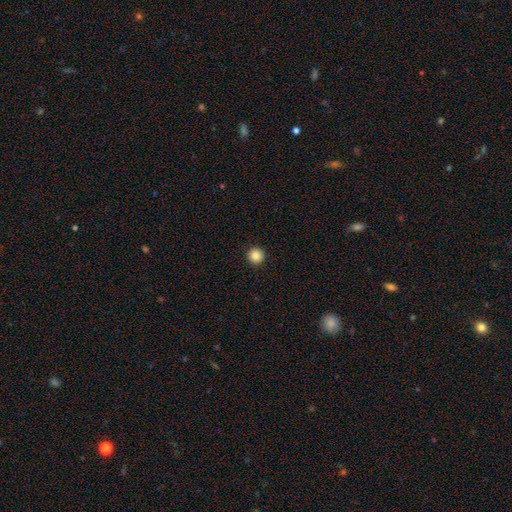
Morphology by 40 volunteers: This is clearly a smooth galaxy (82%). How rounded: clearly round (100%). Merging: clearly none (92%).